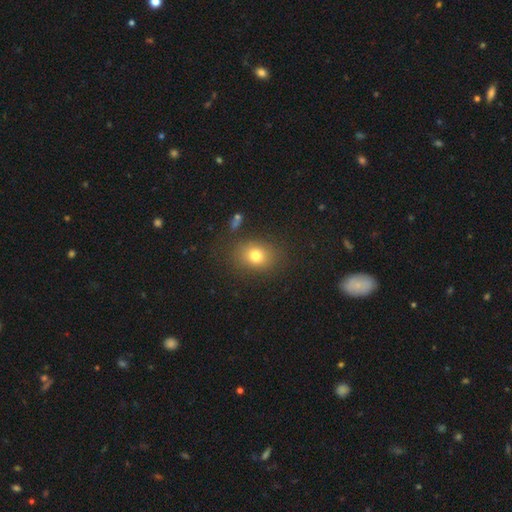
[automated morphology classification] This appears to be a smooth galaxy with no disk features (76%) that is in between round and cigar-shaped (53%). Merging: none (80%).